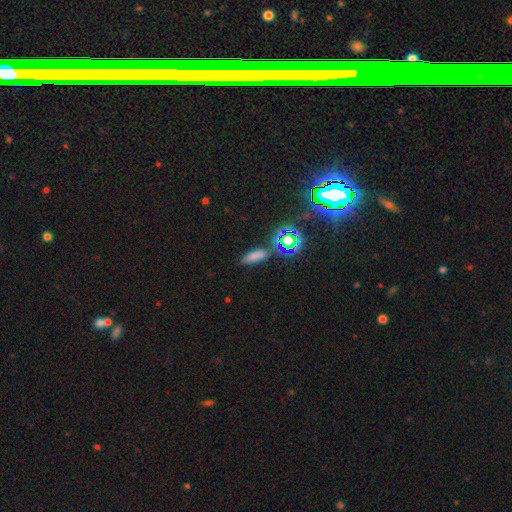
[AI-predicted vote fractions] Smooth or featured?
  - smooth: 68% *
  - star or artifact: 24%
  - featured or disk: 8%
How rounded?
  - in between: 52% *
  - cigar-shaped: 41%
  - round: 7%
Merging?
  - none: 78% *
  - minor disturbance: 12%
  - merger: 6%
  - major disturbance: 4%